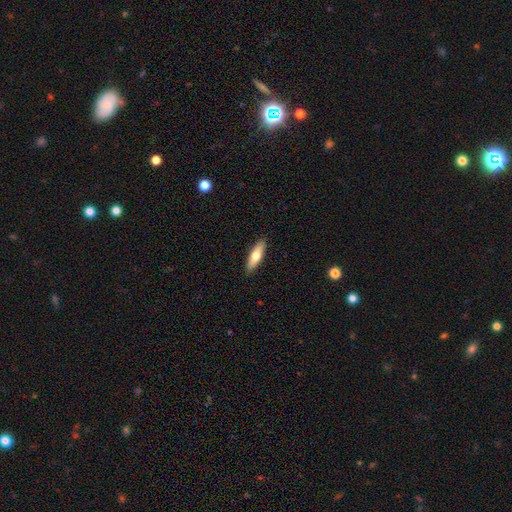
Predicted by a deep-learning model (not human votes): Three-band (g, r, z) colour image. It shows a smooth galaxy with no disk features (60%) that is cigar-shaped (55%). Merging: none (90%).